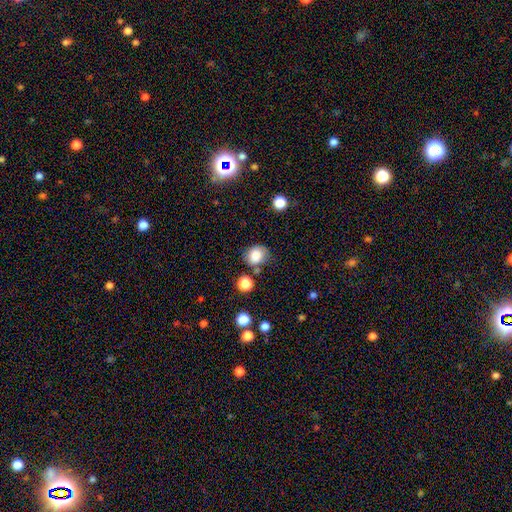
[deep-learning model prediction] Smooth or featured? smooth (83%)
How rounded? round (73%)
Merging? none (66%)